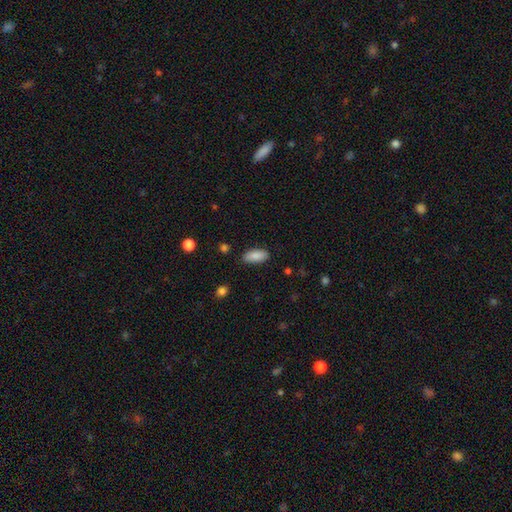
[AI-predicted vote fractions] A smooth galaxy with no disk features (87%) that is in between round and cigar-shaped (88%).

Vote fractions:
- Smooth or featured? smooth: 87% / star or artifact: 7% / featured or disk: 6%
- How rounded? in between: 88% / cigar-shaped: 10% / round: 2%
- Merging? none: 86% / minor disturbance: 10% / major disturbance: 2% / merger: 1%